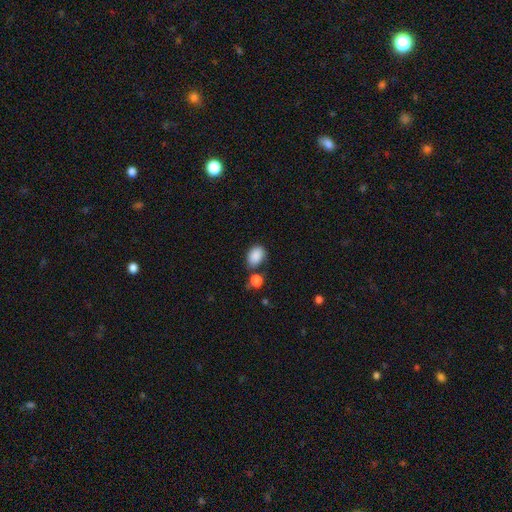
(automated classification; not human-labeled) Morphology: type=smooth (88%); roundness=in between (80%); merging=none (69%).